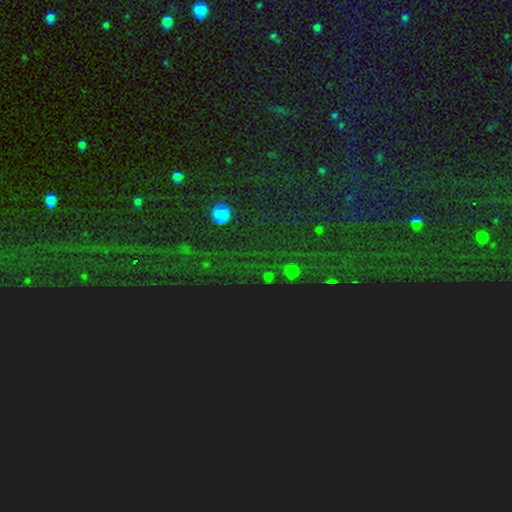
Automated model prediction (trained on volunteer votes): This appears to be a star or artifact, not a galaxy (83%).